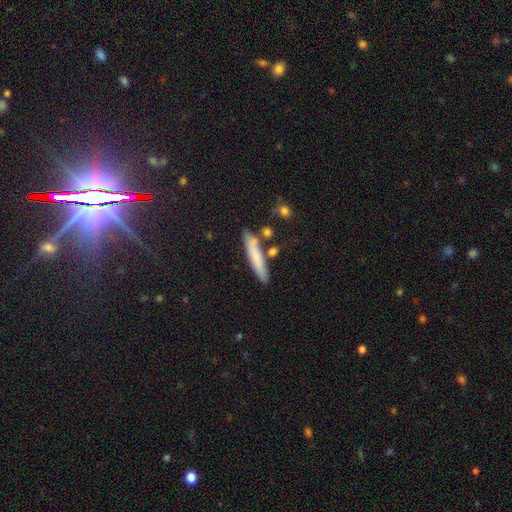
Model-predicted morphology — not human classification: Smooth or featured?
  - smooth: 72% *
  - featured or disk: 20%
  - star or artifact: 8%
How rounded?
  - cigar-shaped: 90% *
  - in between: 8%
  - round: 2%
Merging?
  - none: 79% *
  - minor disturbance: 12%
  - merger: 7%
  - major disturbance: 3%